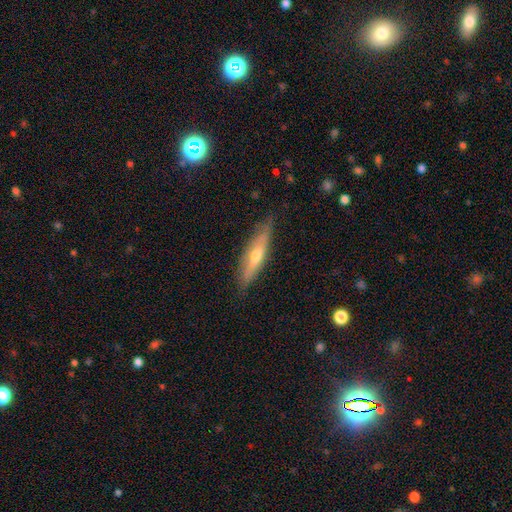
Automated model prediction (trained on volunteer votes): Smooth or featured? featured or disk (53%)
Edge-on disk? yes (85%)
Merging? none (83%)